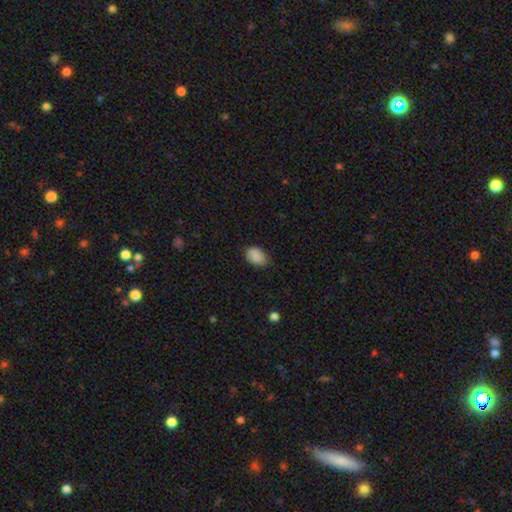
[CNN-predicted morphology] smooth 89%, star or artifact 8%, featured or disk 4%. Down the decision tree: how rounded — in between (85%); merging — none (77%).